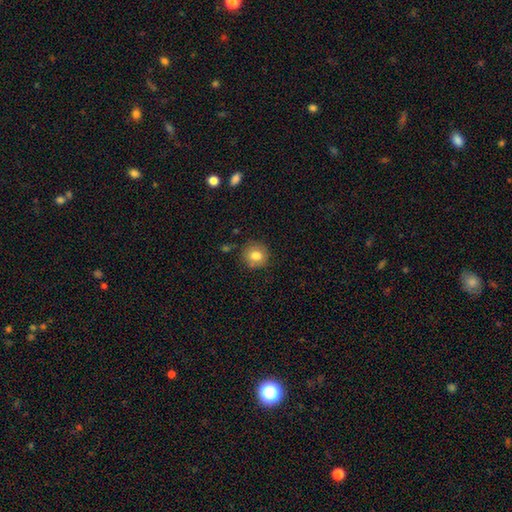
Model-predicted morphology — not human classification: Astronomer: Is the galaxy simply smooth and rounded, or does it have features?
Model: smooth — 81%.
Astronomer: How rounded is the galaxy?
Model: round — 90%.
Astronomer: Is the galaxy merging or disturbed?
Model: none — 83%.